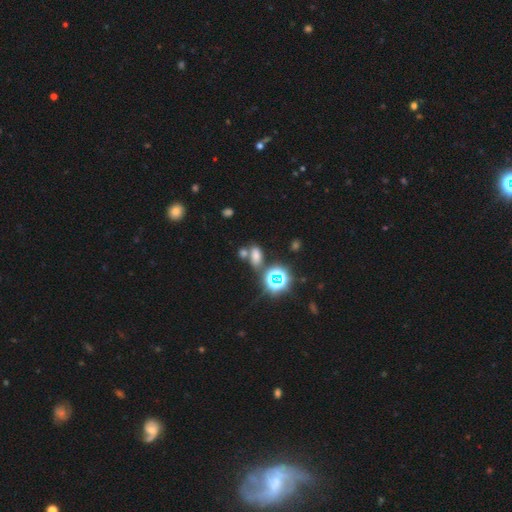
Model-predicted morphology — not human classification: Overall: smooth (60%; star or artifact 31%). How rounded: in between (81%). Merging: none (52%; merger 31%).